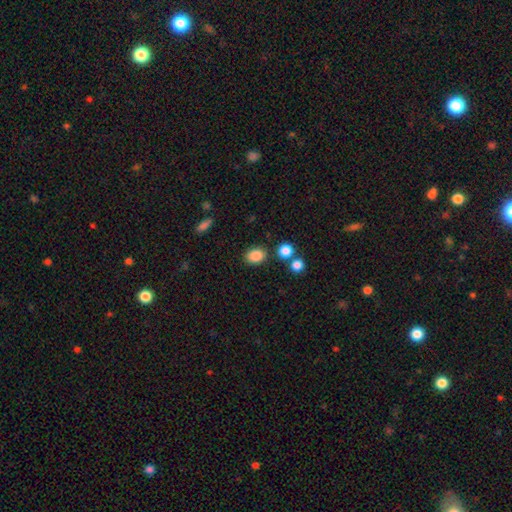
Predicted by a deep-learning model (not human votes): Smooth or featured: smooth — 86% (star or artifact — 10%)
How rounded: in between — 58% (round — 41%)
Merging: none — 81% (minor disturbance — 10%)